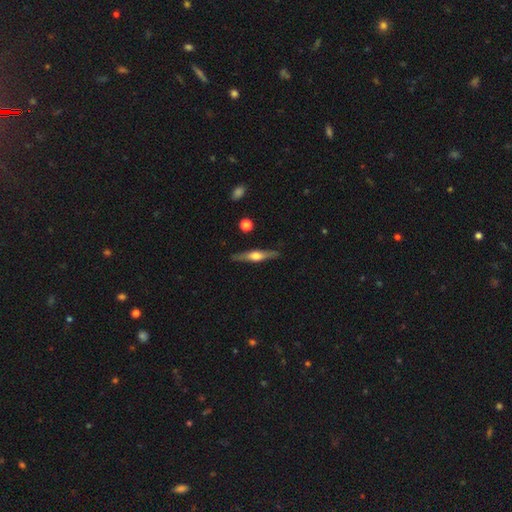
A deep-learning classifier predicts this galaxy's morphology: smooth-or-featured: featured or disk: 65% | smooth: 29% | star or artifact: 6%
  disk-edge-on: yes: 96% | no: 4%
    edge-on-bulge: rounded: 91% | boxy: 5% | none: 4%
  merging: none: 88% | minor disturbance: 9% | major disturbance: 2% | merger: 2%